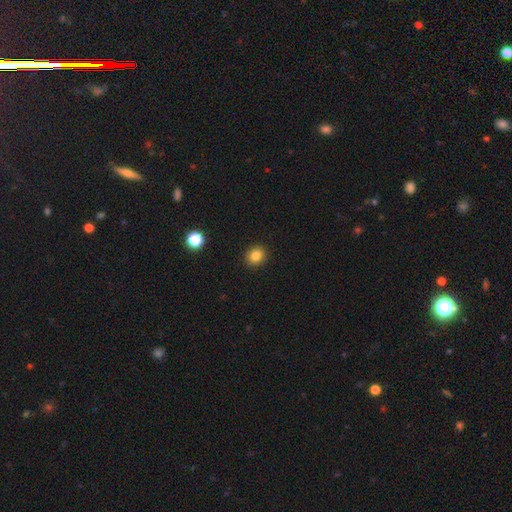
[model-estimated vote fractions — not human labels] Smooth or featured: smooth — 84% (star or artifact — 11%)
How rounded: round — 72% (in between — 27%)
Merging: none — 91% (minor disturbance — 6%)